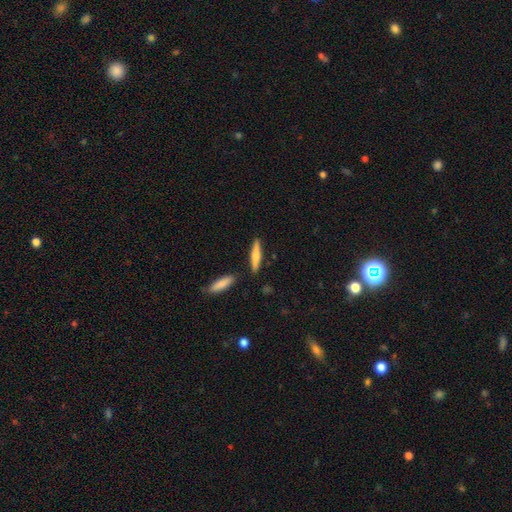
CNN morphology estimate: A smooth galaxy with no disk features (63%) that is cigar-shaped (83%). Merging: none (84%).